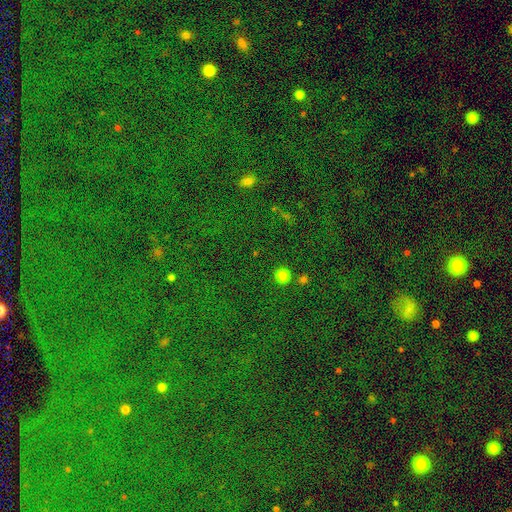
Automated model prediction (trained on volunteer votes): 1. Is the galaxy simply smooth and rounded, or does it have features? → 82% star or artifact, 10% smooth, 8% featured or disk.